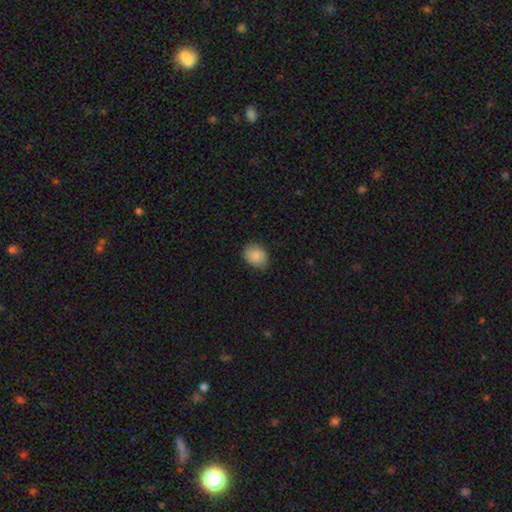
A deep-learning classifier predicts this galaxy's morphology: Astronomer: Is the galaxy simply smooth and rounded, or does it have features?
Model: smooth — 87%.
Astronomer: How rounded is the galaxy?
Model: round — 50% (runner-up: in between, 49%).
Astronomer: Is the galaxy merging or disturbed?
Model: none — 80%.